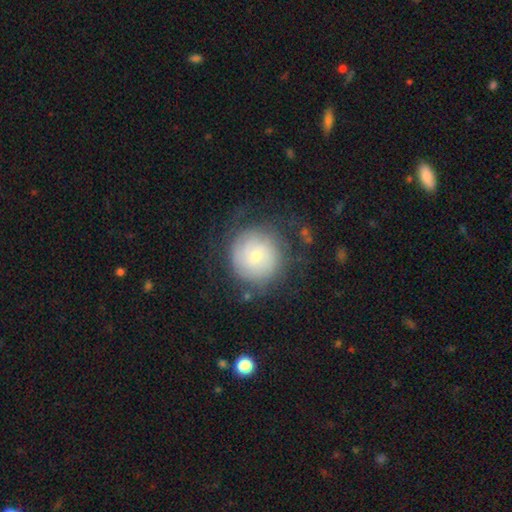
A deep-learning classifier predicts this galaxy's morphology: This appears to be a smooth galaxy with no disk features (54%) that is round (94%). Merging: none (69%).